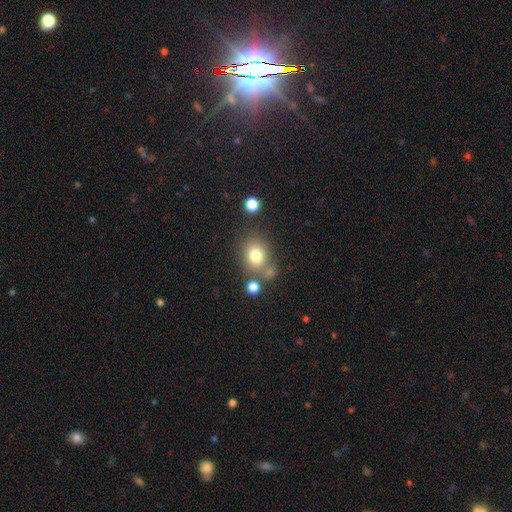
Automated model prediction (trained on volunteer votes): This is likely a smooth galaxy (77%). How rounded: likely round (65%). Merging: likely none (64%).